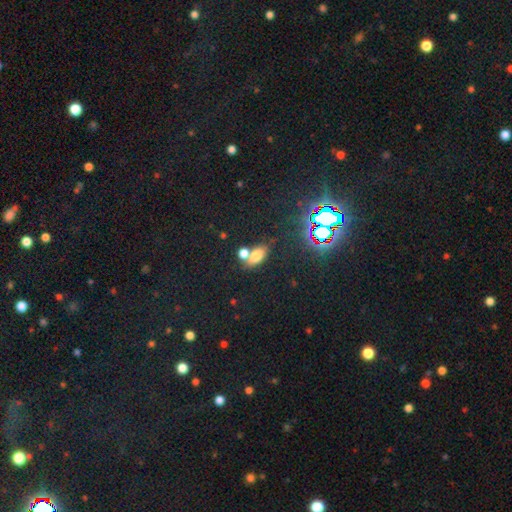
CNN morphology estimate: Smooth or featured? Predicted: smooth (p=0.69). How rounded? Predicted: in between (p=0.80). Merging? Predicted: none (p=0.47).